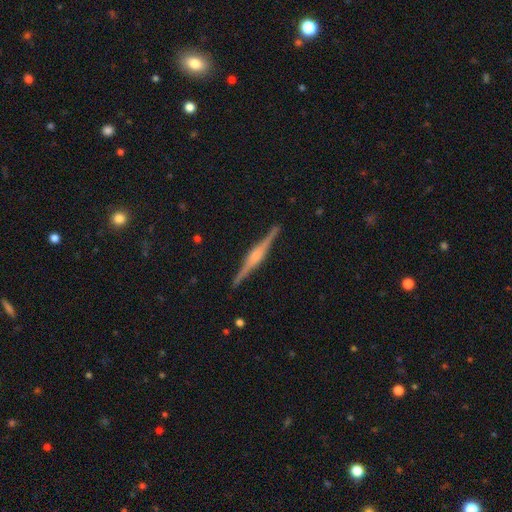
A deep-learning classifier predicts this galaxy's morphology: The model was most divided on "edge-on bulge": rounded: 58%, boxy: 34%, none: 8%. More confident: edge-on disk — yes (98%); merging — none (91%); smooth or featured — featured or disk (85%).